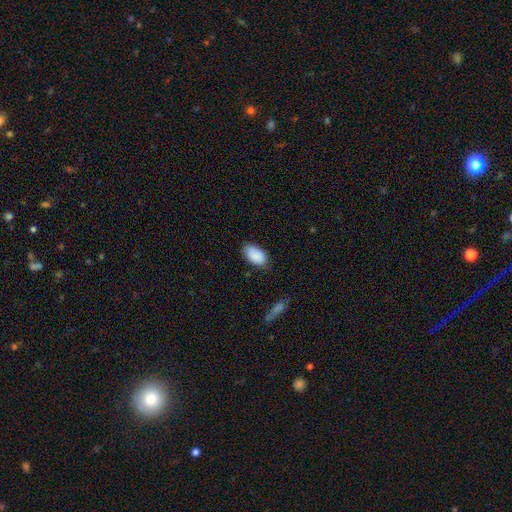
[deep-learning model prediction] Overall: smooth (89%). How rounded: in between (94%). Merging: none (76%).